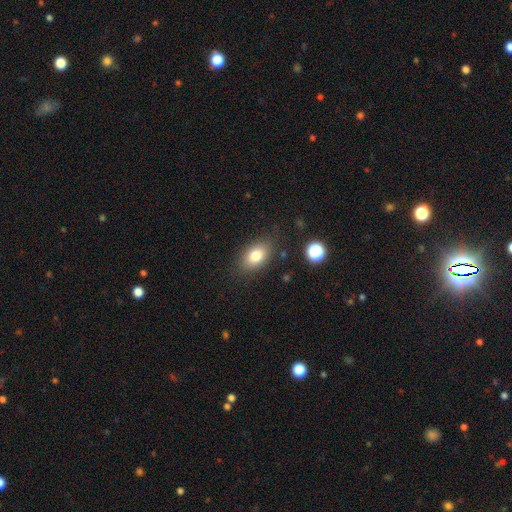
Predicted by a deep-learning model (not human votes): Smooth or featured?
  - smooth: 80% *
  - featured or disk: 10%
  - star or artifact: 9%
How rounded?
  - in between: 86% *
  - round: 12%
  - cigar-shaped: 2%
Merging?
  - none: 82% *
  - minor disturbance: 12%
  - major disturbance: 4%
  - merger: 2%